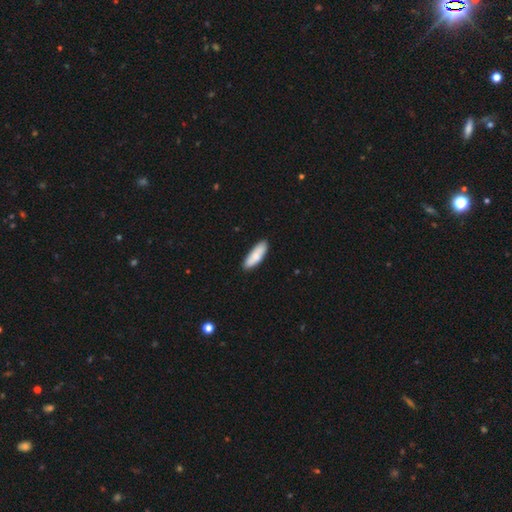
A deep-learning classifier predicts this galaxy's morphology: Smooth or featured? smooth (80%)
How rounded? in between (54%)
Merging? none (87%)